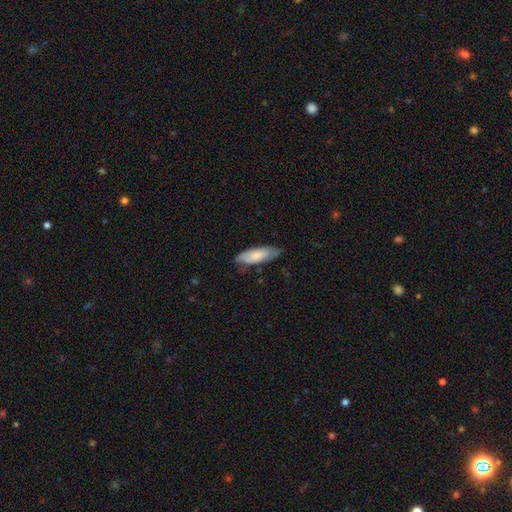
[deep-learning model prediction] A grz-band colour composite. It shows a smooth galaxy with no disk features (75%) that is in between round and cigar-shaped (63%). Merging: none (70%).